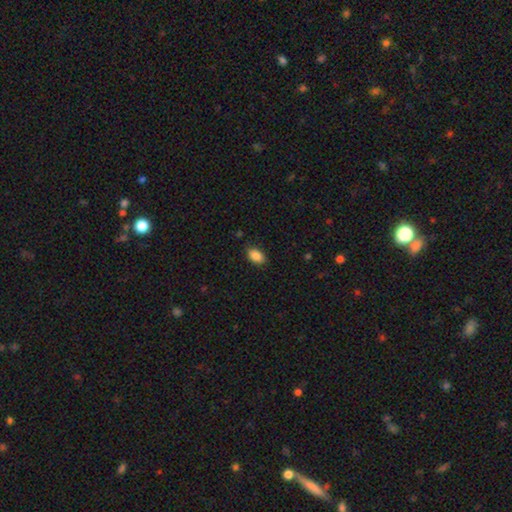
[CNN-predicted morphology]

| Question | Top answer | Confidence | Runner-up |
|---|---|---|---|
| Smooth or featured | smooth | 88% | star or artifact (8%) |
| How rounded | in between | 89% | round (9%) |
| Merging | none | 85% | minor disturbance (11%) |